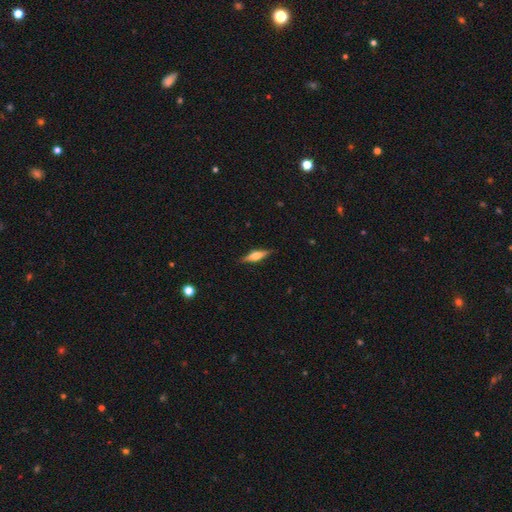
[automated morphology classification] Smooth or featured? featured or disk (56%)
Edge-on disk? yes (96%)
Edge-on bulge? rounded (83%)
Merging? none (87%)